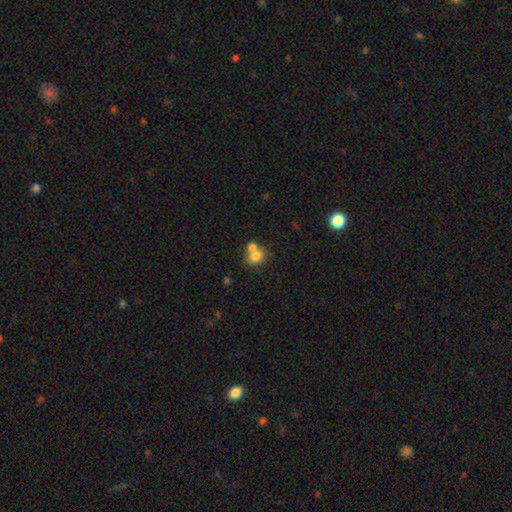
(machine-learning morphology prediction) smooth-or-featured: smooth: 76% | featured or disk: 14% | star or artifact: 11%
  how-rounded: round: 59% | in between: 40% | cigar-shaped: 1%
  merging: merger: 53% | none: 35% | minor disturbance: 8% | major disturbance: 4%